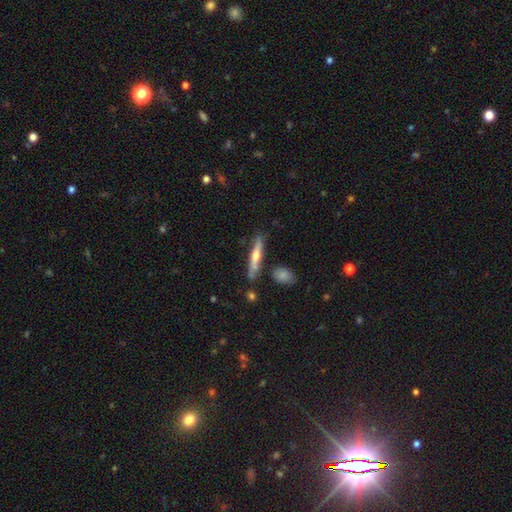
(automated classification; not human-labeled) A featured or disk galaxy (52%) viewed edge-on (92%).

Vote fractions:
- Smooth or featured? featured or disk: 52% / smooth: 42% / star or artifact: 6%
- Edge-on disk? yes: 92% / no: 8%
- Merging? none: 77% / minor disturbance: 14% / merger: 6% / major disturbance: 3%